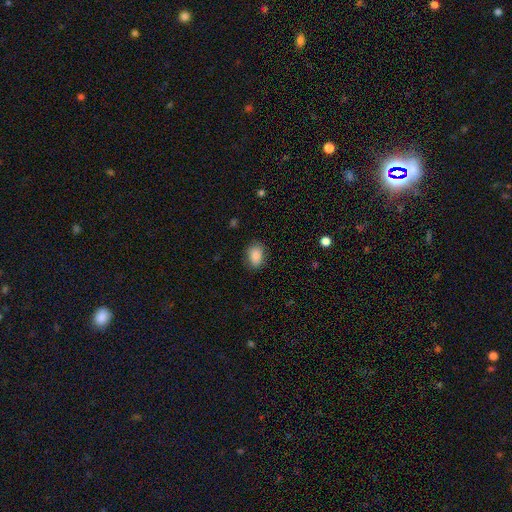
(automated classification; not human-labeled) This is clearly a smooth galaxy (84%). How rounded: likely in between (75%). Merging: clearly none (82%).